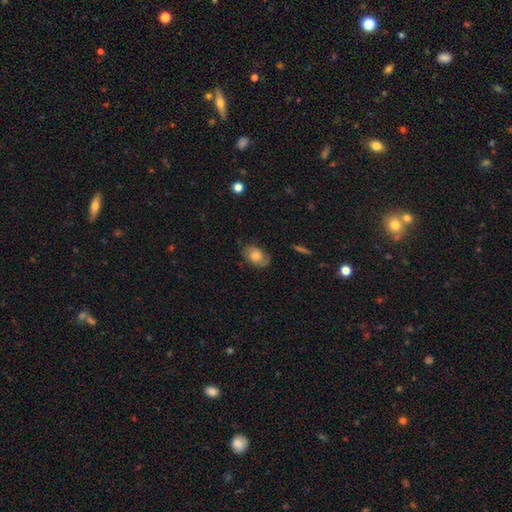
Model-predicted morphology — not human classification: The model was most divided on "smooth or featured": smooth: 49%, featured or disk: 43%, star or artifact: 8%. More confident: merging — none (75%).